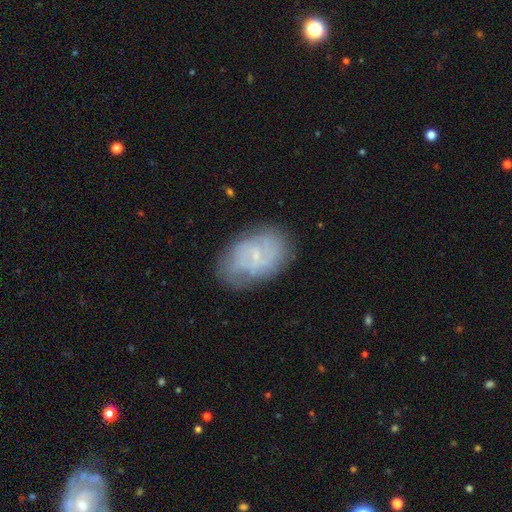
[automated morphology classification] This appears to be a featured or disk galaxy (61%) with no bar (54%), spiral arms (78%) and a small central bulge (81%). Merging: none (73%).